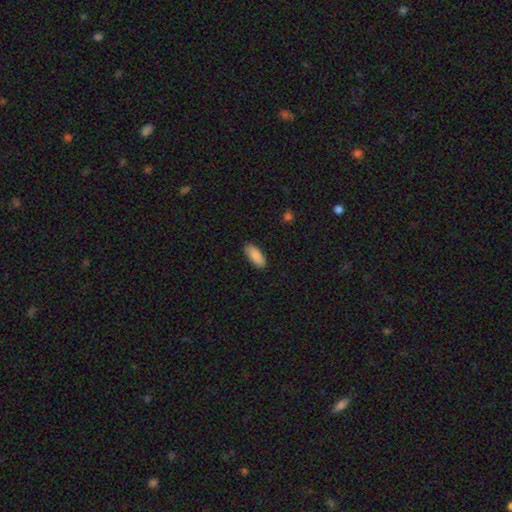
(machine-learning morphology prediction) Smooth or featured? smooth (88%)
How rounded? in between (78%)
Merging? none (88%)